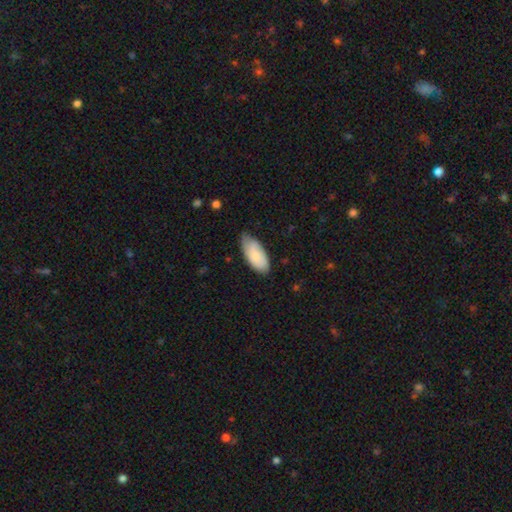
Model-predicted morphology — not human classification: Smooth or featured?
  - smooth: 80% *
  - featured or disk: 14%
  - star or artifact: 6%
How rounded?
  - in between: 92% *
  - cigar-shaped: 7%
  - round: 2%
Merging?
  - none: 60% *
  - minor disturbance: 34%
  - major disturbance: 5%
  - merger: 1%